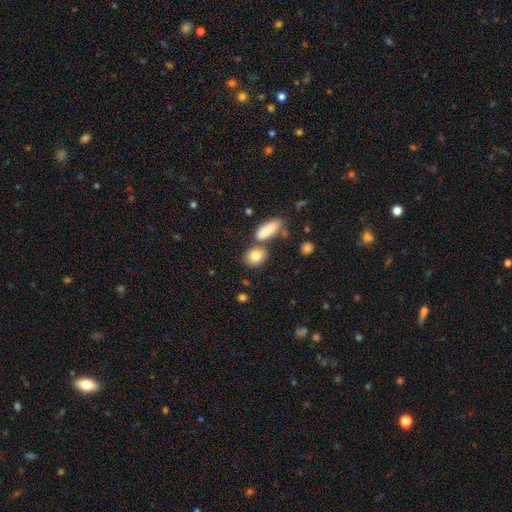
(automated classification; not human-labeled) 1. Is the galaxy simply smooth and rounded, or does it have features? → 82% smooth, 9% featured or disk, 9% star or artifact.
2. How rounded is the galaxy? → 58% round, 38% in between, 3% cigar-shaped.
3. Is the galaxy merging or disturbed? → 64% none, 20% merger, 12% minor disturbance, 4% major disturbance.